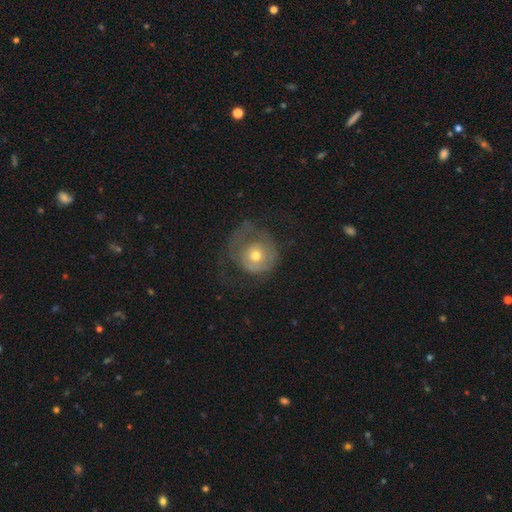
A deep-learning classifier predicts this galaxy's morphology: Smooth or featured?
  - featured or disk: 47% *
  - smooth: 45%
  - star or artifact: 8%
Merging?
  - major disturbance: 45% *
  - none: 33%
  - minor disturbance: 20%
  - merger: 2%